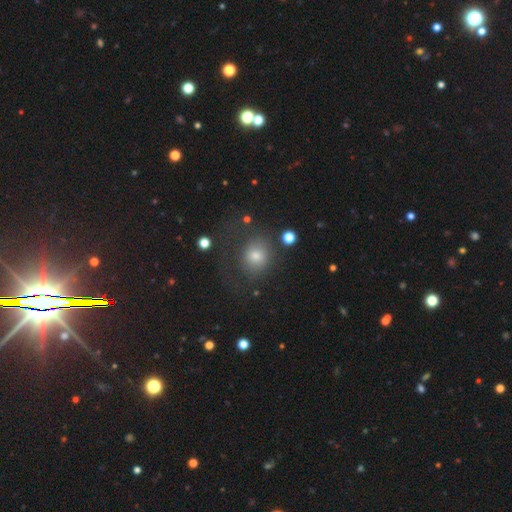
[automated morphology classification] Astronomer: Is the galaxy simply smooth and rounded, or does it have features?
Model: smooth — 69%.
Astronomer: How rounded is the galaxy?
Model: round — 75%.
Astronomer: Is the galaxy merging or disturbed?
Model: none — 59%.